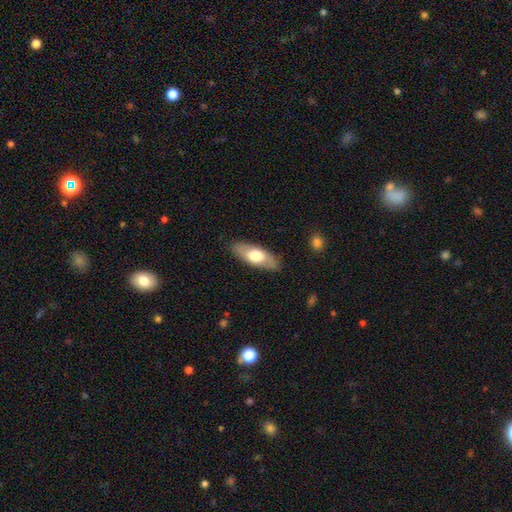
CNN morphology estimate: A smooth galaxy with no disk features (62%) that is in between round and cigar-shaped (77%). Merging: none (86%).